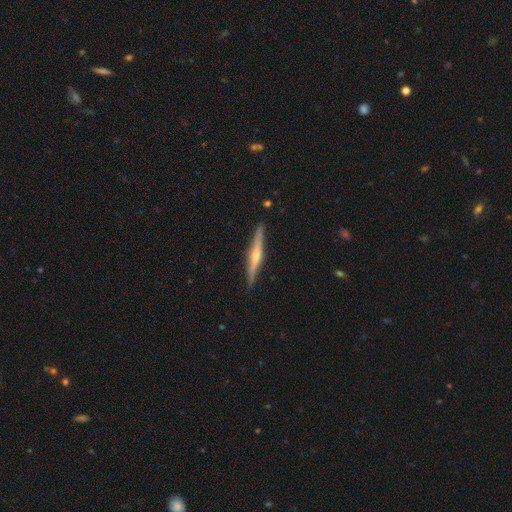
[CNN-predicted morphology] type=featured or disk (74%); edge-on=yes (98%); edge-on bulge=rounded (86%); merging=none (90%).